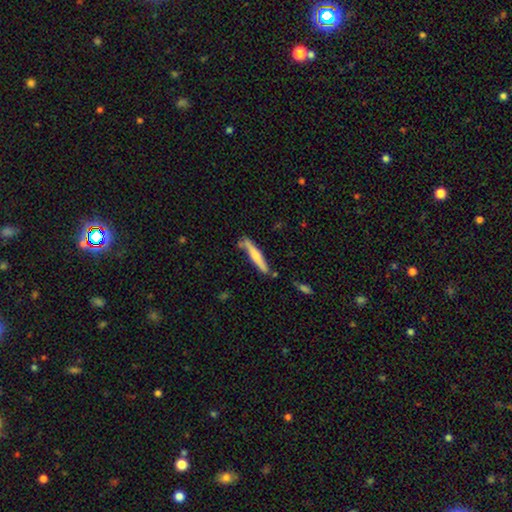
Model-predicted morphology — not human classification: Smooth or featured: smooth — 59% (featured or disk — 36%)
How rounded: cigar-shaped — 92% (in between — 7%)
Merging: none — 75% (minor disturbance — 16%)